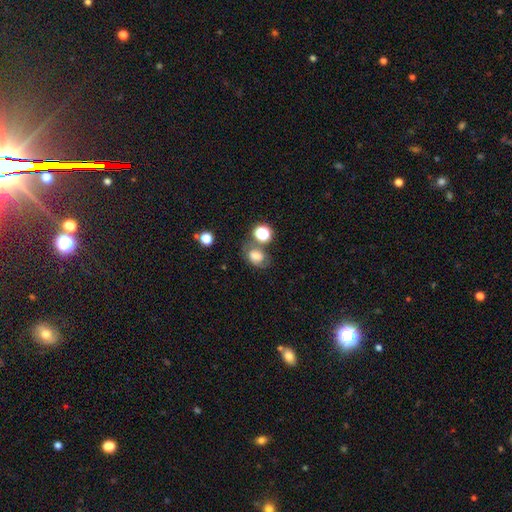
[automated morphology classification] smooth 62%, featured or disk 22%, star or artifact 16%. Down the decision tree: how rounded — in between (62%); merging — none (52%).